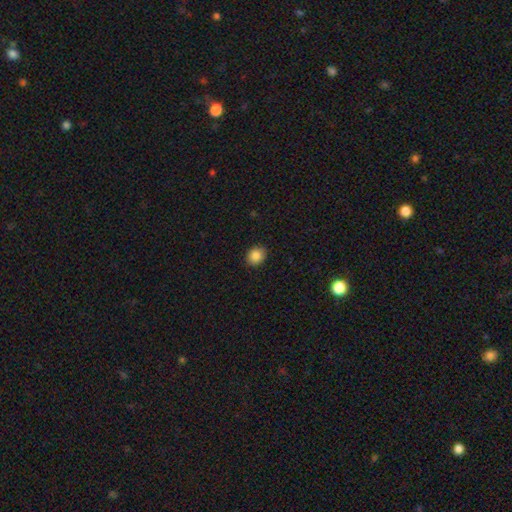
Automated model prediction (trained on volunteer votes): A smooth galaxy with no disk features (86%) that is round (65%). Merging: none (90%).